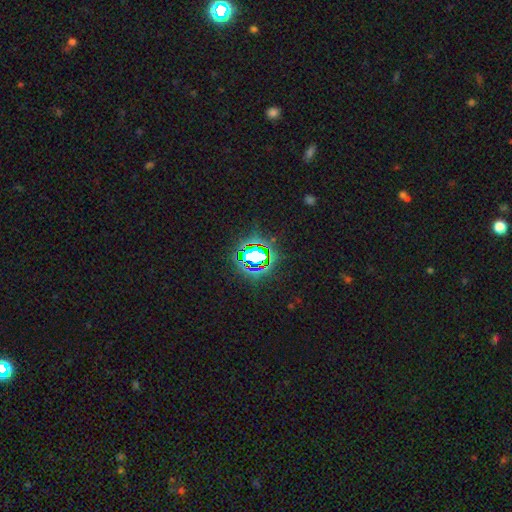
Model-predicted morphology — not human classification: smooth-or-featured: star or artifact: 72% | smooth: 16% | featured or disk: 12%